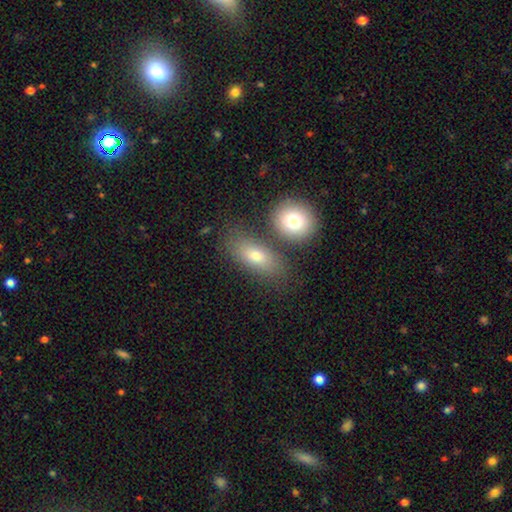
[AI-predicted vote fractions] Q: Smooth or featured?
A: smooth (73%); runner-up: featured or disk (18%)
Q: How rounded?
A: in between (77%); runner-up: cigar-shaped (12%)
Q: Merging?
A: none (62%); runner-up: merger (20%)